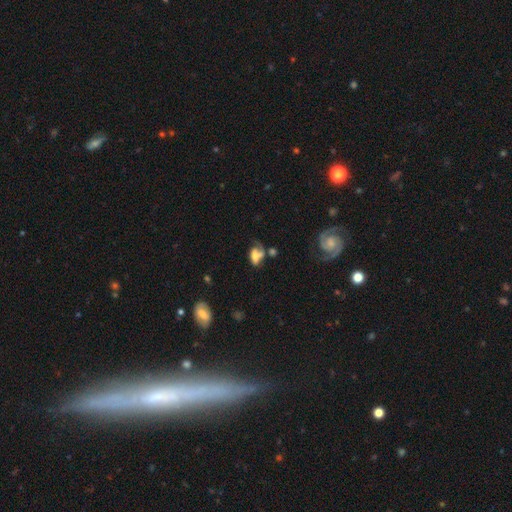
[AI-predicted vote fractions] Q: Smooth or featured?
A: smooth (46%); runner-up: featured or disk (43%)
Q: Merging?
A: merger (28%); runner-up: none (27%)